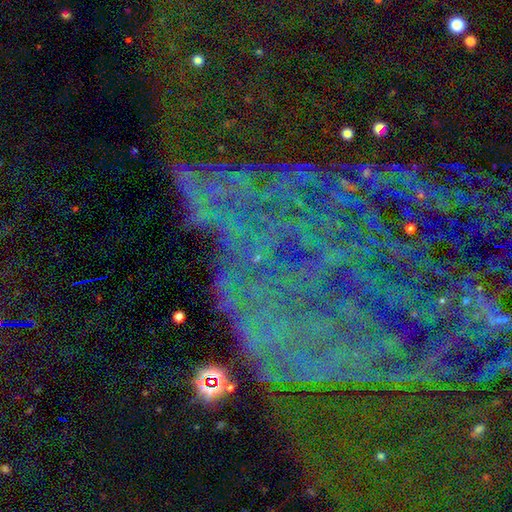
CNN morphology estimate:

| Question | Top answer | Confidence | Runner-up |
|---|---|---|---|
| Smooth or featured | star or artifact | 72% | featured or disk (18%) |